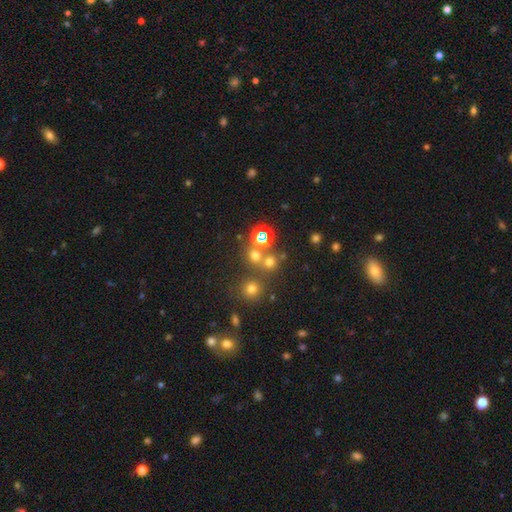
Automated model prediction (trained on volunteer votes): This appears to be a smooth galaxy with no disk features (58%) that is round (86%). Merging: none (66%).